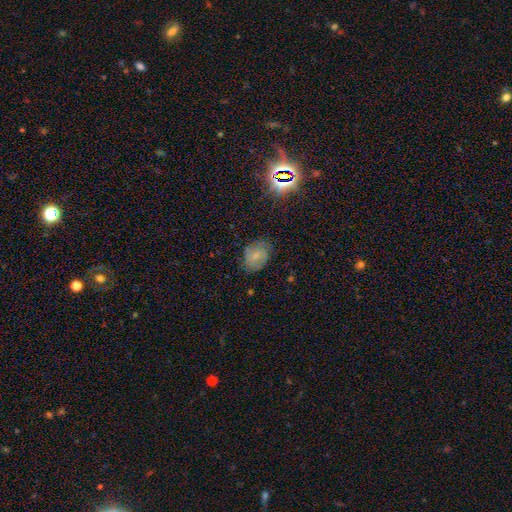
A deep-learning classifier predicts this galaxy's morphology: smooth-or-featured: smooth: 53% | featured or disk: 34% | star or artifact: 13%
  how-rounded: in between: 69% | round: 30% | cigar-shaped: 1%
  merging: none: 74% | minor disturbance: 20% | major disturbance: 5% | merger: 1%